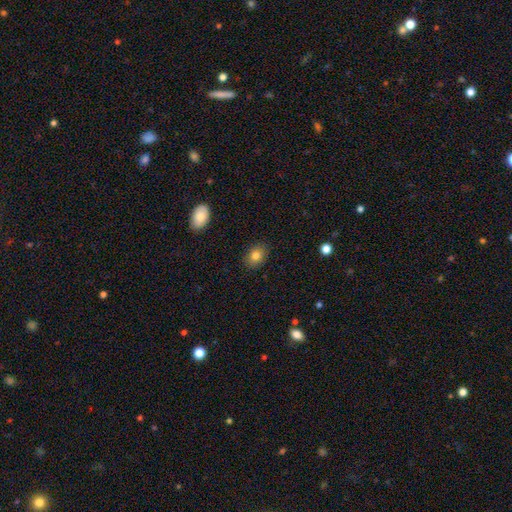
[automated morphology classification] This appears to be a smooth galaxy with no disk features (82%) that is in between round and cigar-shaped (66%). Merging: none (88%).